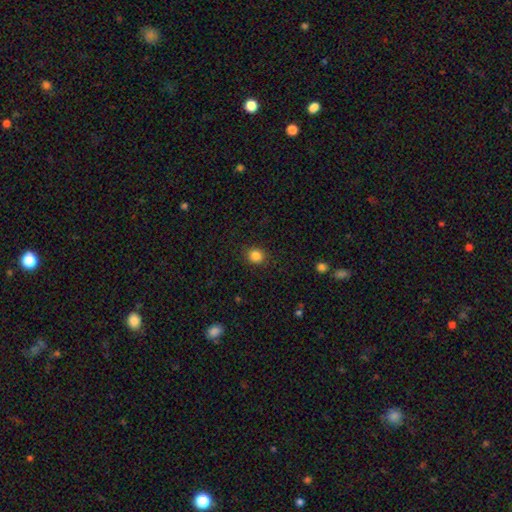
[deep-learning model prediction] The model was most divided on "how rounded": round: 84%, in between: 15%, cigar-shaped: 1%. More confident: merging — none (90%); smooth or featured — smooth (85%).